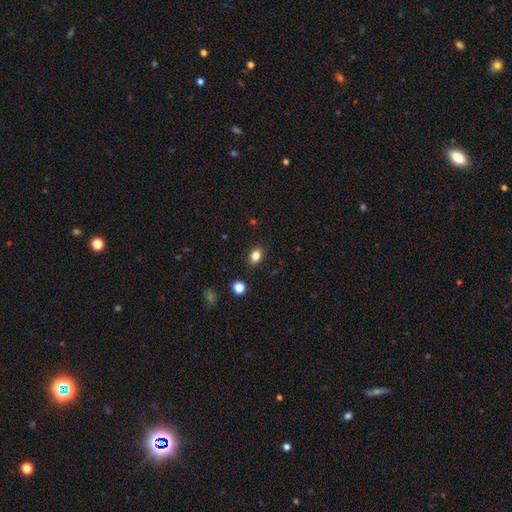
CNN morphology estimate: Smooth or featured?
  - smooth: 84% *
  - star or artifact: 11%
  - featured or disk: 5%
How rounded?
  - in between: 67% *
  - round: 32%
  - cigar-shaped: 1%
Merging?
  - none: 88% *
  - minor disturbance: 8%
  - major disturbance: 2%
  - merger: 2%